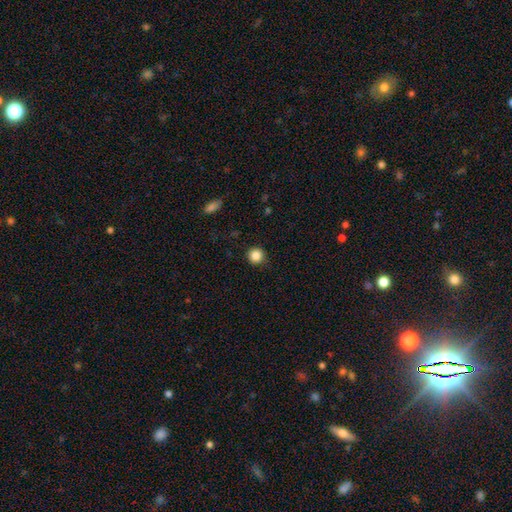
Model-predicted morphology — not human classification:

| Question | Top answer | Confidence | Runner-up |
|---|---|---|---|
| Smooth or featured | smooth | 86% | star or artifact (10%) |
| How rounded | round | 95% | in between (4%) |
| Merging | none | 91% | minor disturbance (6%) |